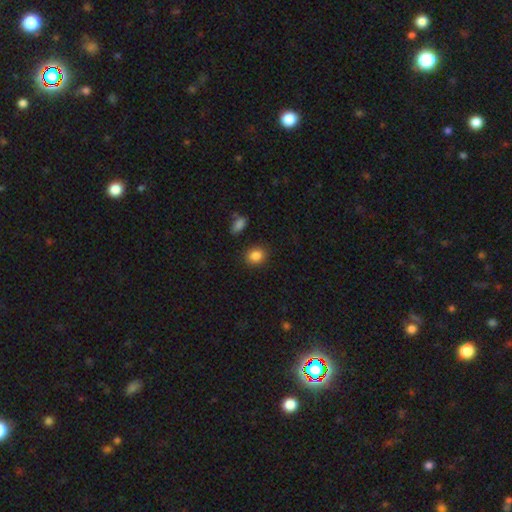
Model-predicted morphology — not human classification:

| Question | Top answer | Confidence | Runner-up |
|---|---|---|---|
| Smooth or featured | smooth | 87% | star or artifact (9%) |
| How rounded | round | 59% | in between (39%) |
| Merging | none | 86% | minor disturbance (9%) |